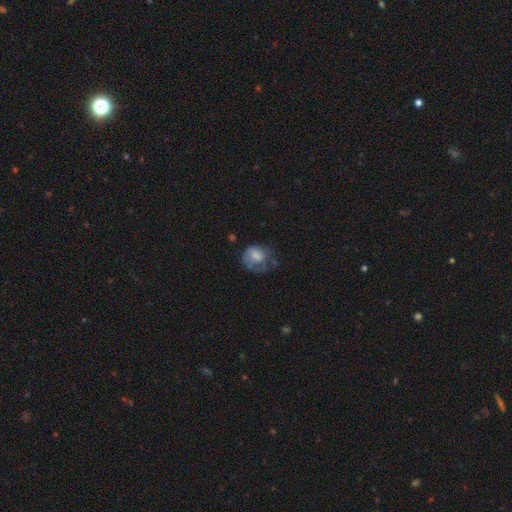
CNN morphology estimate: type=smooth (68%); roundness=round (61%); merging=none (36%).